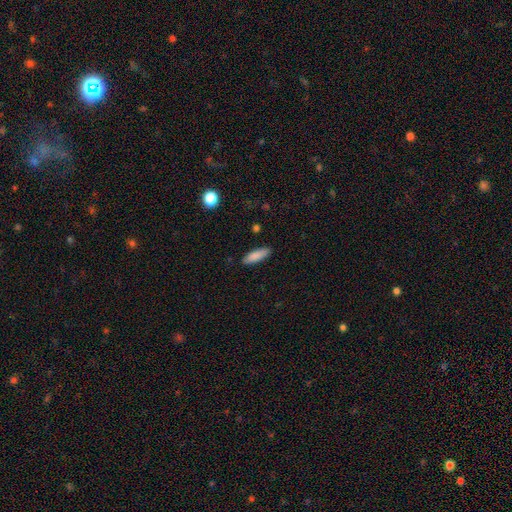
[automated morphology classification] This is clearly a smooth galaxy (87%). How rounded: possibly cigar-shaped (50%). Merging: clearly none (87%).